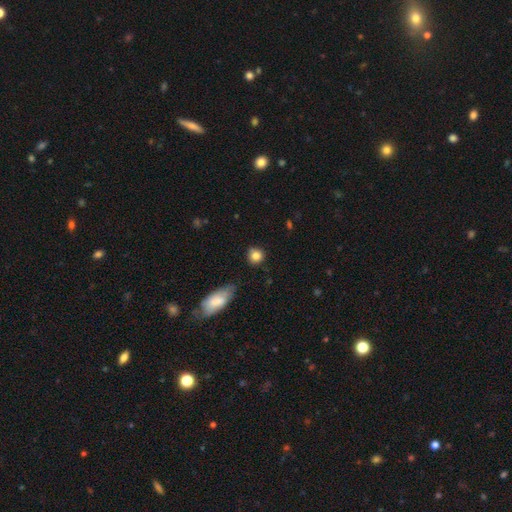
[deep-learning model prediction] A smooth galaxy with no disk features (84%) that is round (85%). Merging: none (80%).